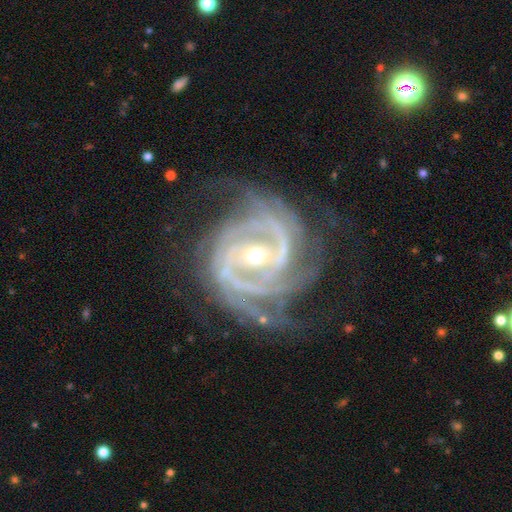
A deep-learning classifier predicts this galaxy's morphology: Smooth or featured? Predicted: featured or disk (p=0.93). Edge-on disk? Predicted: no (p=0.97). Bar? Predicted: strong (p=0.39). Spiral arms? Predicted: yes (p=0.98). Spiral winding? Predicted: tight (p=0.63). Spiral arm count? Predicted: 2 (p=0.37). Bulge size? Predicted: small (p=0.50). Merging? Predicted: none (p=0.67).